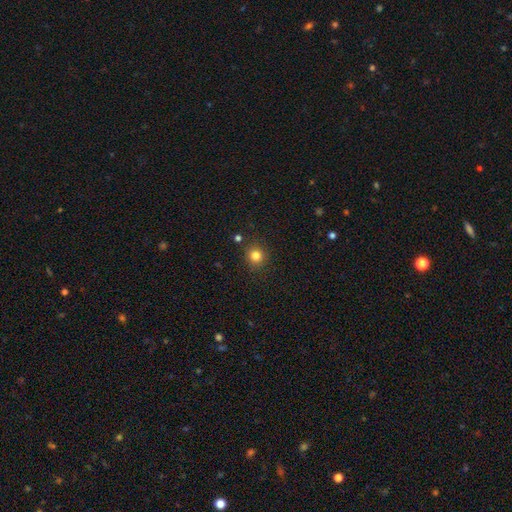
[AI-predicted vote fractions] smooth-or-featured: smooth: 82% | star or artifact: 13% | featured or disk: 5%
  how-rounded: round: 90% | in between: 9% | cigar-shaped: 1%
  merging: none: 87% | minor disturbance: 8% | merger: 3% | major disturbance: 3%